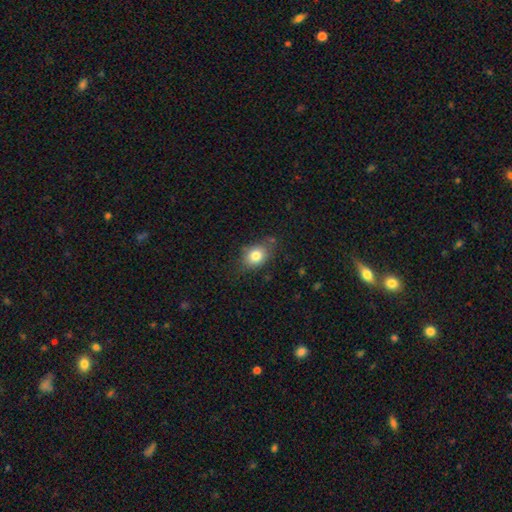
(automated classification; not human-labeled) Smooth or featured? smooth (81%)
How rounded? in between (60%)
Merging? none (71%)